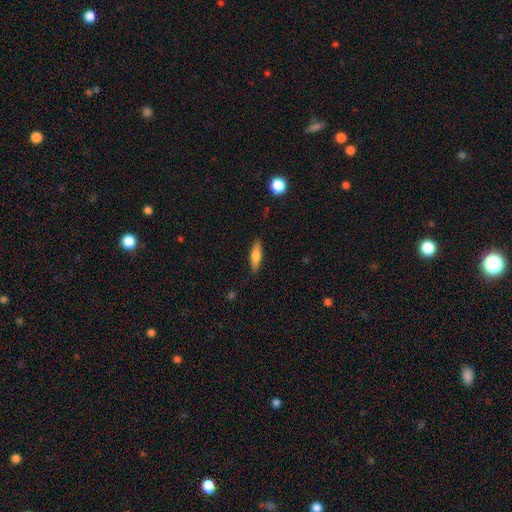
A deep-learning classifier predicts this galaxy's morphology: type=smooth (67%); roundness=cigar-shaped (62%); merging=none (88%).